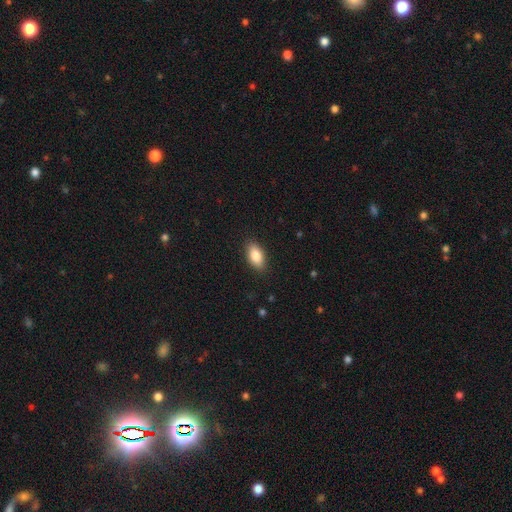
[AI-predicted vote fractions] The model was most divided on "smooth or featured": smooth: 86%, featured or disk: 7%, star or artifact: 7%. More confident: how rounded — in between (92%); merging — none (88%).